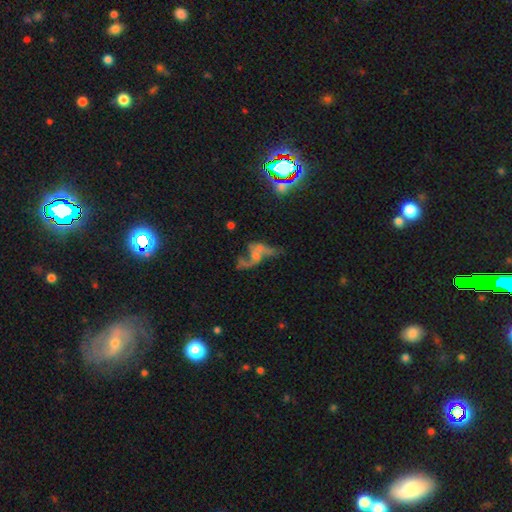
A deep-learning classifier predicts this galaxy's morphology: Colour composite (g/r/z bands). It shows a featured or disk galaxy (51%). Merging: none (33%).